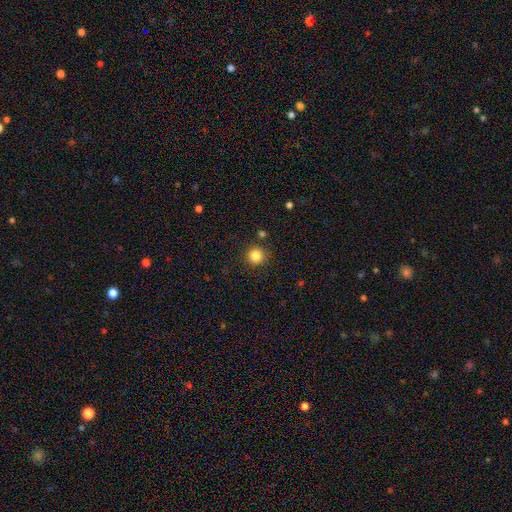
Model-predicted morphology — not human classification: Overall: smooth (83%). How rounded: round (93%). Merging: none (86%).